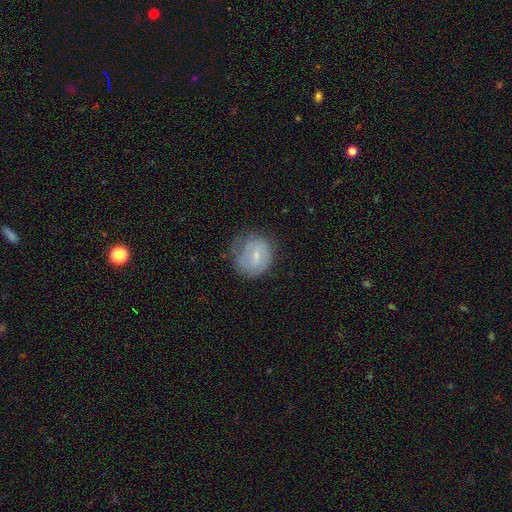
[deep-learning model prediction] This is possibly a featured or disk galaxy (51%). It is clearly not viewed edge-on (97%). Bar: possibly weak (53%). Spiral arm pattern: likely yes (77%). Central bulge: likely small (67%). Merging: possibly none (56%).